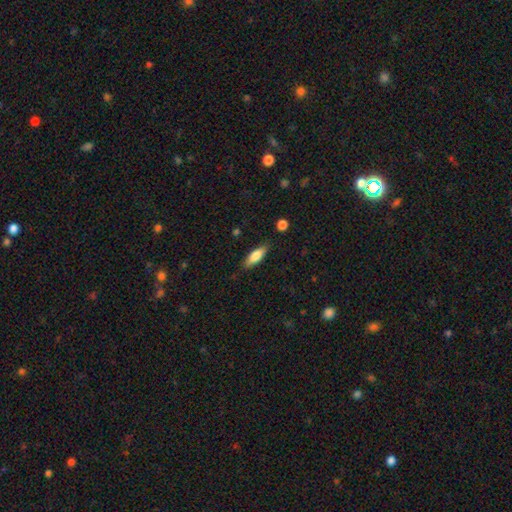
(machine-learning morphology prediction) A smooth galaxy with no disk features (79%) that is in between round and cigar-shaped (61%). Merging: none (83%).